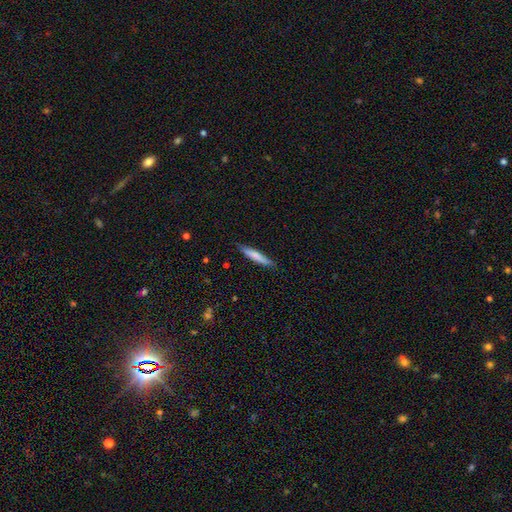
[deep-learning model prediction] Smooth or featured?
  - smooth: 70% *
  - featured or disk: 24%
  - star or artifact: 6%
How rounded?
  - cigar-shaped: 91% *
  - in between: 7%
  - round: 1%
Merging?
  - none: 86% *
  - minor disturbance: 11%
  - major disturbance: 2%
  - merger: 1%